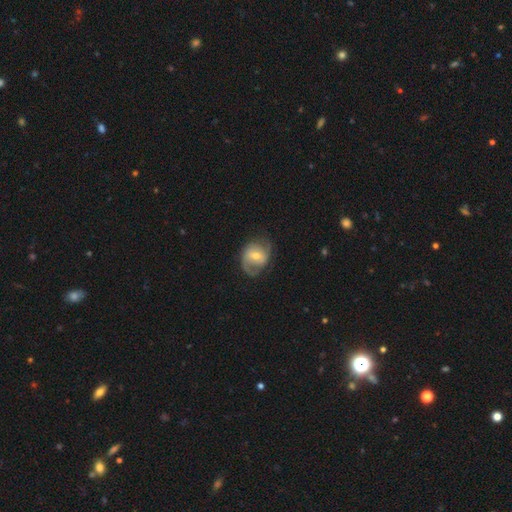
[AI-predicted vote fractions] Overall: featured or disk (68%). Edge-on disk: no (97%). Bar: weak (49%; no 30%). Spiral arms: yes (86%). Spiral arm count: 2 (77%). Spiral winding: medium (47%; loose 30%). Bulge size: moderate (56%; small 36%). Merging: none (65%).